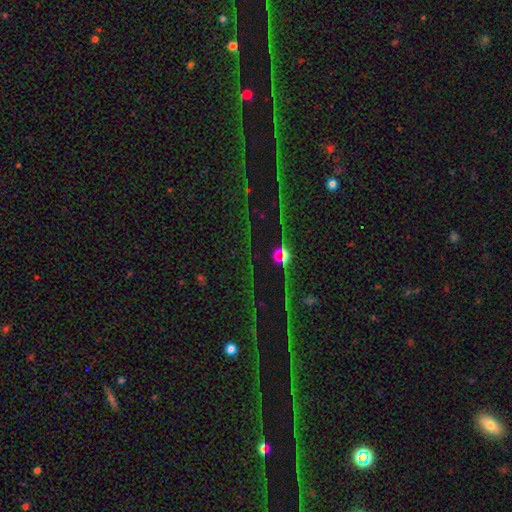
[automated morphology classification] This appears to be a star or artifact, not a galaxy (73%).